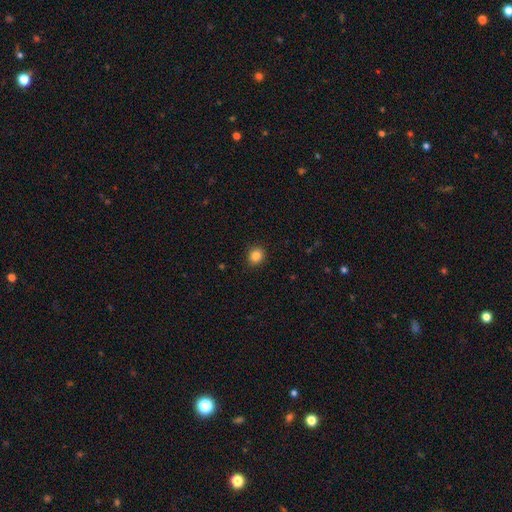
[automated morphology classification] The model was most divided on "how rounded": round: 79%, in between: 20%, cigar-shaped: 1%. More confident: merging — none (90%); smooth or featured — smooth (86%).